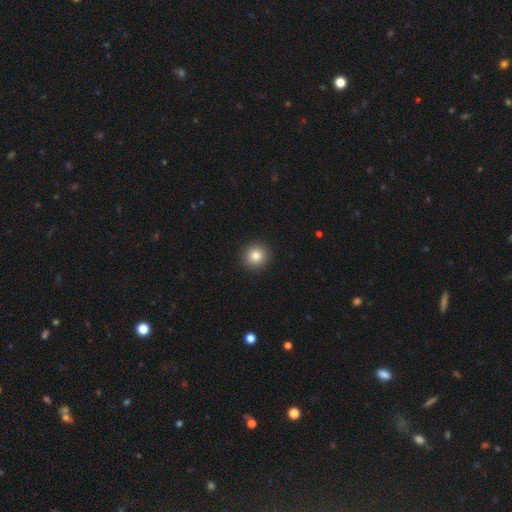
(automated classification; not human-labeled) A smooth galaxy with no disk features (83%) that is round (94%). Merging: none (93%).